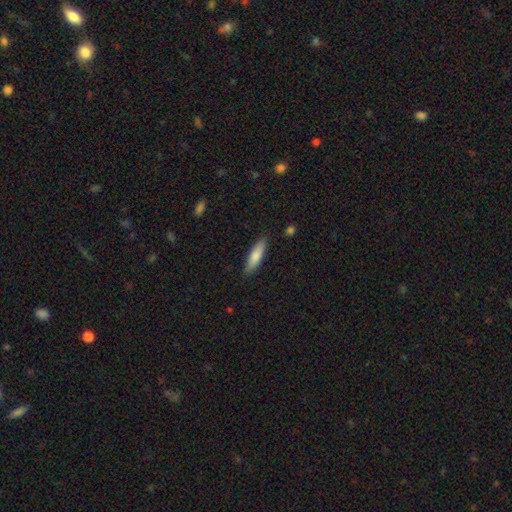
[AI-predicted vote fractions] Smooth or featured: smooth — 80% (featured or disk — 14%)
How rounded: cigar-shaped — 69% (in between — 30%)
Merging: none — 87% (minor disturbance — 10%)